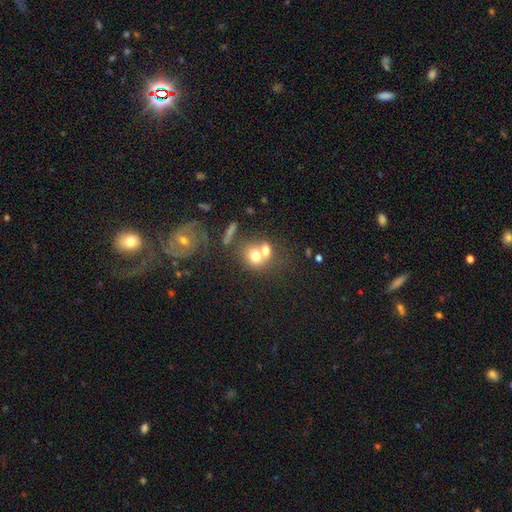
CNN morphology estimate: smooth-or-featured: smooth: 65% | featured or disk: 23% | star or artifact: 12%
  how-rounded: round: 64% | in between: 35% | cigar-shaped: 1%
  merging: merger: 55% | none: 31% | minor disturbance: 9% | major disturbance: 6%